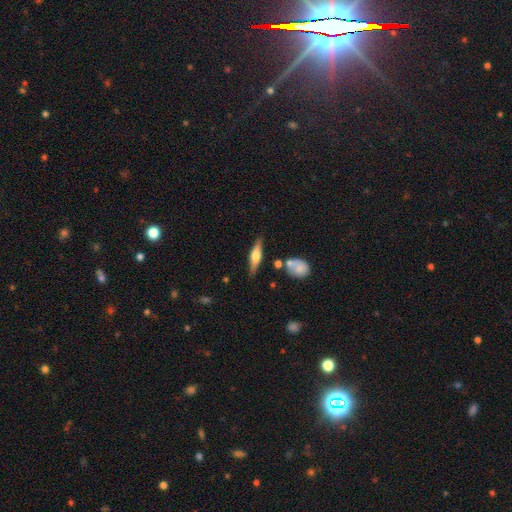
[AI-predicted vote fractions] Smooth or featured? Predicted: featured or disk (p=0.59). Edge-on disk? Predicted: yes (p=0.95). Edge-on bulge? Predicted: rounded (p=0.89). Merging? Predicted: none (p=0.81).